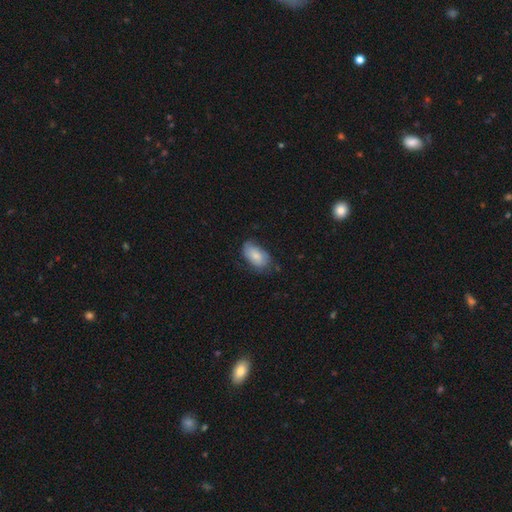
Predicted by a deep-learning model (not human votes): A smooth galaxy with no disk features (77%) that is in between round and cigar-shaped (93%). Merging: none (61%).